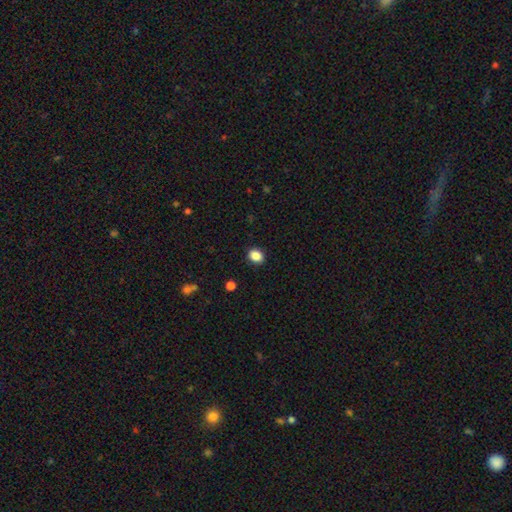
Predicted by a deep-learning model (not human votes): Smooth or featured?
  - smooth: 88% *
  - star or artifact: 9%
  - featured or disk: 3%
How rounded?
  - in between: 51% *
  - round: 49%
  - cigar-shaped: 1%
Merging?
  - none: 90% *
  - minor disturbance: 7%
  - major disturbance: 2%
  - merger: 1%